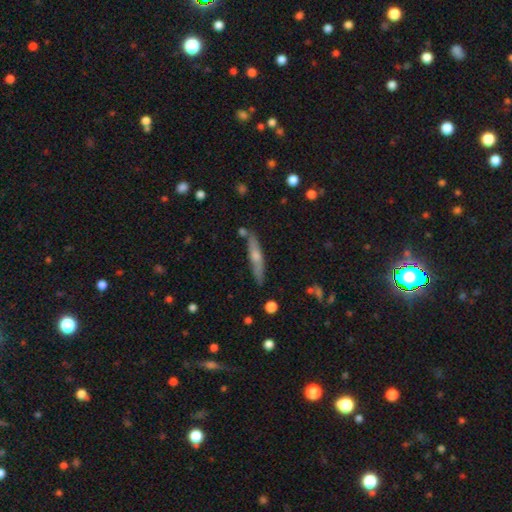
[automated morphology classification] smooth_or_featured: featured or disk (p=0.50) [alt: smooth p=0.42]
disk_edge_on: yes (p=0.89) [alt: no p=0.11]
merging: none (p=0.81) [alt: minor disturbance p=0.13]